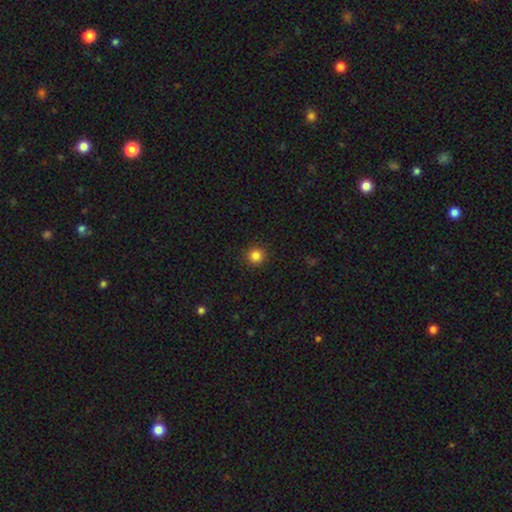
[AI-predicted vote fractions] Overall: smooth (85%). How rounded: round (94%). Merging: none (91%).